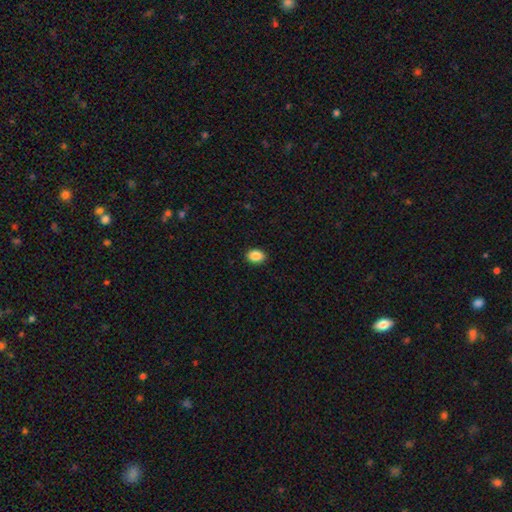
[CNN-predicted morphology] Smooth or featured? smooth (89%)
How rounded? in between (72%)
Merging? none (90%)